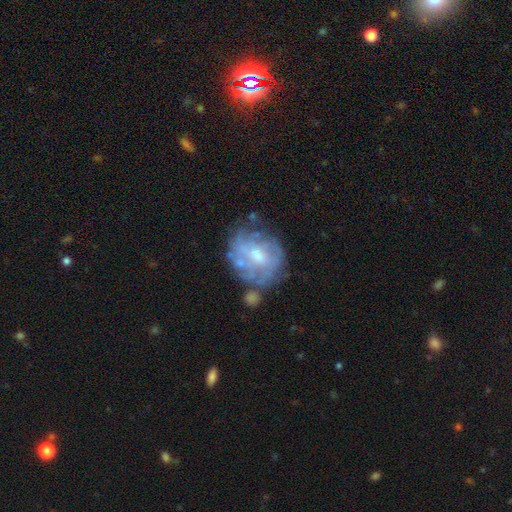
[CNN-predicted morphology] Smooth or featured: featured or disk — 63% (smooth — 28%)
Edge-on disk: no — 97% (yes — 3%)
Bar: no — 61% (weak — 33%)
Spiral arms: no — 56% (yes — 44%)
Bulge size: moderate — 54% (small — 31%)
Merging: none — 50% (minor disturbance — 23%)